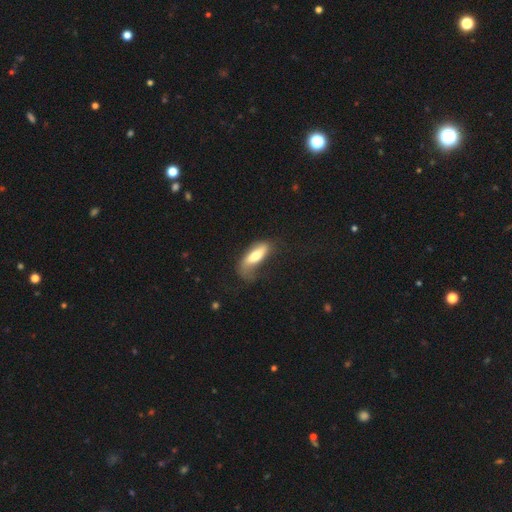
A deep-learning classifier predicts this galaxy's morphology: smooth 64%, featured or disk 30%, star or artifact 6%. Down the decision tree: how rounded — in between (60%); merging — none (35%).